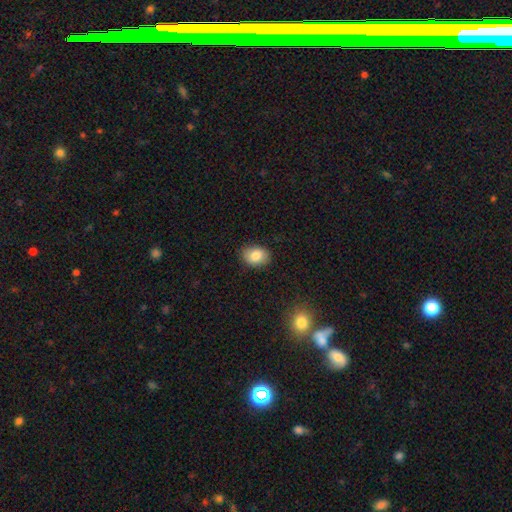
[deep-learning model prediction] smooth_or_featured: smooth (p=0.84) [alt: star or artifact p=0.08]
how_rounded: in between (p=0.71) [alt: round p=0.28]
merging: none (p=0.86) [alt: minor disturbance p=0.10]